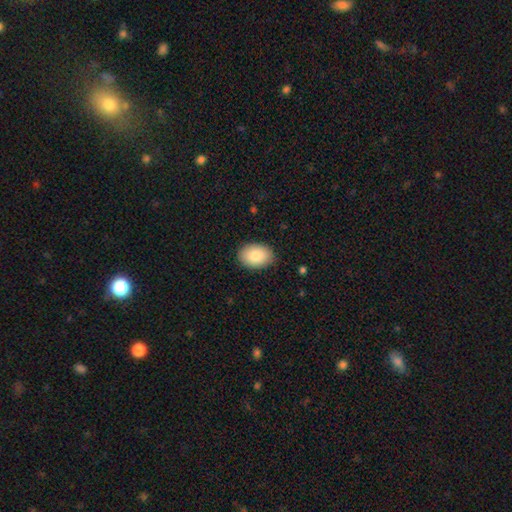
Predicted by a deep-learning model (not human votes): Smooth or featured: smooth — 86% (featured or disk — 8%)
How rounded: in between — 86% (round — 13%)
Merging: none — 88% (minor disturbance — 9%)